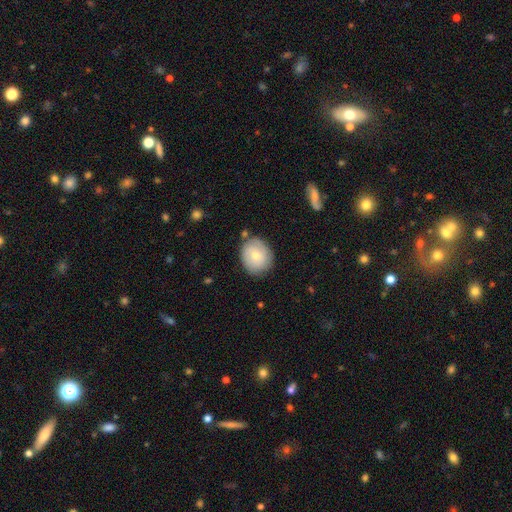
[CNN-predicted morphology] smooth_or_featured: smooth (p=0.67) [alt: featured or disk p=0.26]
how_rounded: round (p=0.74) [alt: in between p=0.25]
merging: none (p=0.77) [alt: minor disturbance p=0.16]